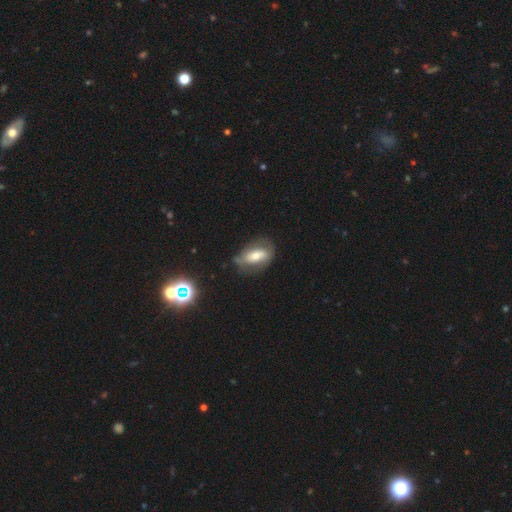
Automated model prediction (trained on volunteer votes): Smooth or featured: smooth — 50% (featured or disk — 42%)
Merging: none — 59% (minor disturbance — 27%)